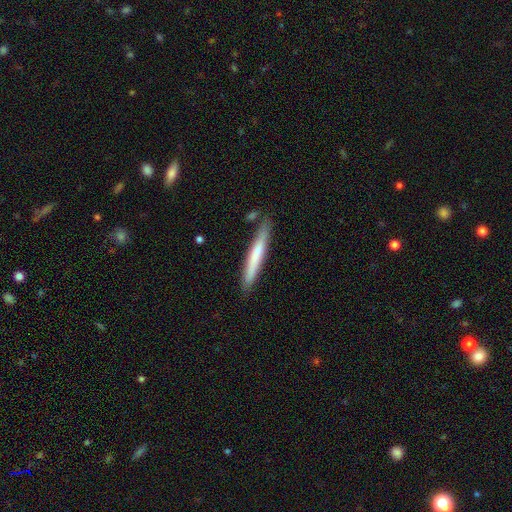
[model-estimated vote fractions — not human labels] The model was most divided on "smooth or featured": smooth: 64%, featured or disk: 30%, star or artifact: 6%. More confident: how rounded — cigar-shaped (96%); merging — none (83%).